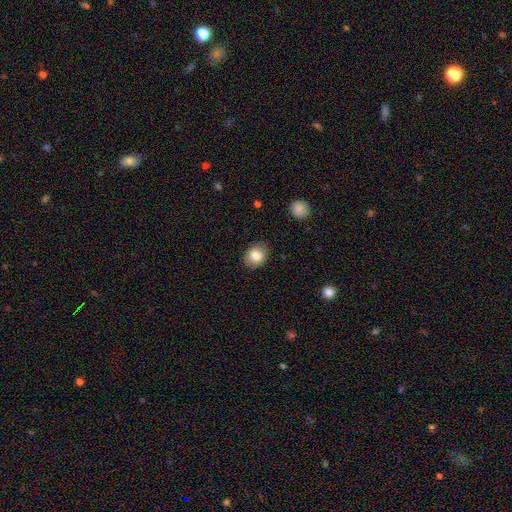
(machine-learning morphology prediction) A smooth galaxy with no disk features (84%) that is in between round and cigar-shaped (54%).

Vote fractions:
- Smooth or featured? smooth: 84% / star or artifact: 8% / featured or disk: 8%
- How rounded? in between: 54% / round: 45% / cigar-shaped: 1%
- Merging? none: 83% / minor disturbance: 13% / major disturbance: 3% / merger: 1%